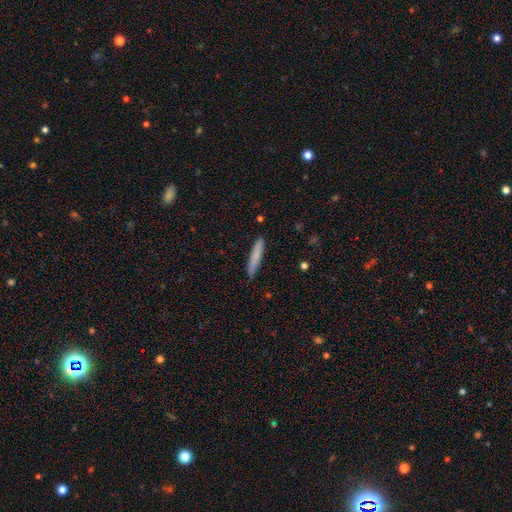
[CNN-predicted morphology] type=smooth (77%); roundness=cigar-shaped (93%); merging=none (89%).